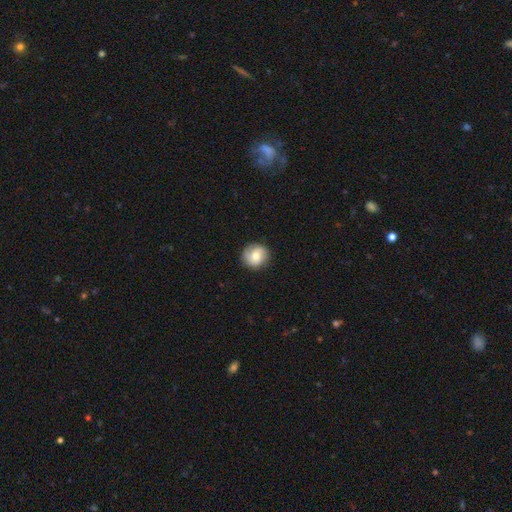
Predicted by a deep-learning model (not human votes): The model was most divided on "smooth or featured": smooth: 62%, featured or disk: 30%, star or artifact: 8%. More confident: how rounded — round (91%); merging — none (84%).